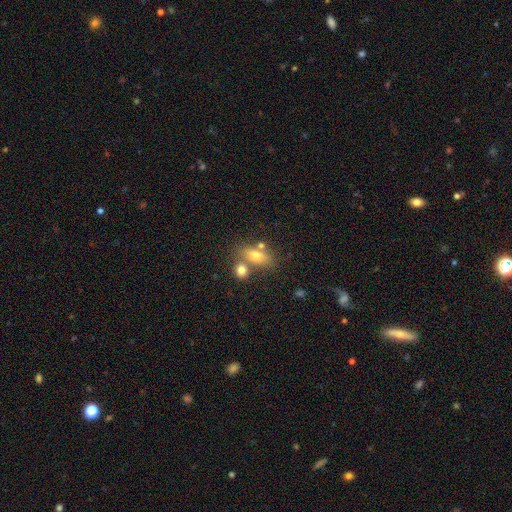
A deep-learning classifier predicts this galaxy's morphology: smooth 67%, featured or disk 22%, star or artifact 11%. Down the decision tree: how rounded — in between (72%); merging — none (51%).